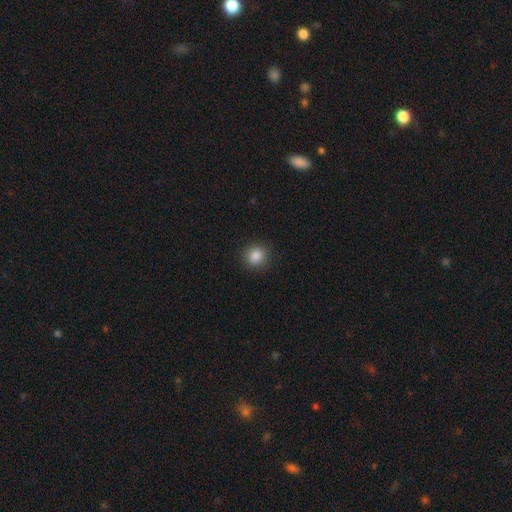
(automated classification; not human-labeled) A smooth galaxy with no disk features (86%) that is round (87%).

Vote fractions:
- Smooth or featured? smooth: 86% / star or artifact: 10% / featured or disk: 4%
- How rounded? round: 87% / in between: 12% / cigar-shaped: 1%
- Merging? none: 90% / minor disturbance: 7% / major disturbance: 2% / merger: 1%